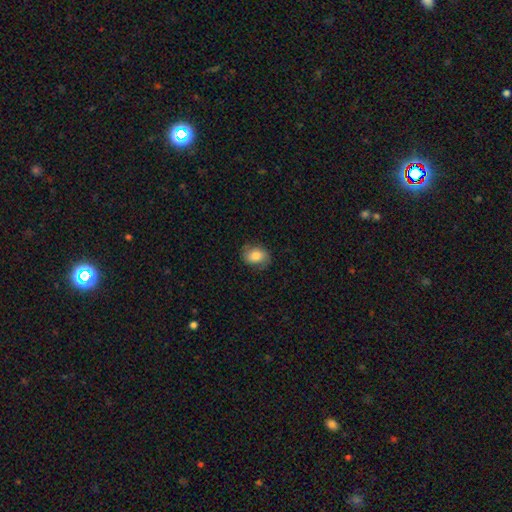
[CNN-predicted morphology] Q: Smooth or featured?
A: smooth (67%); runner-up: featured or disk (25%)
Q: How rounded?
A: in between (59%); runner-up: round (40%)
Q: Merging?
A: none (75%); runner-up: minor disturbance (18%)